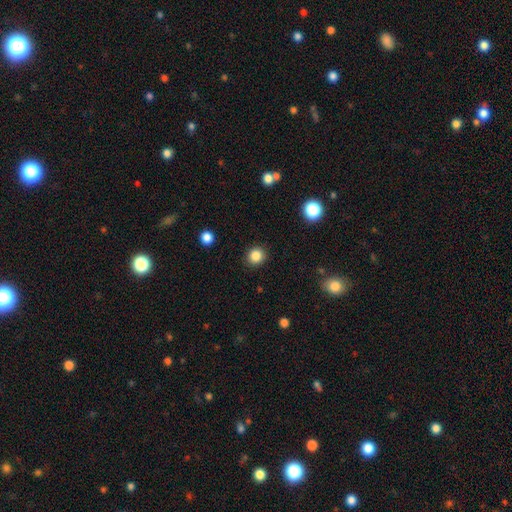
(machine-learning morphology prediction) Smooth or featured? smooth (85%)
How rounded? round (87%)
Merging? none (90%)